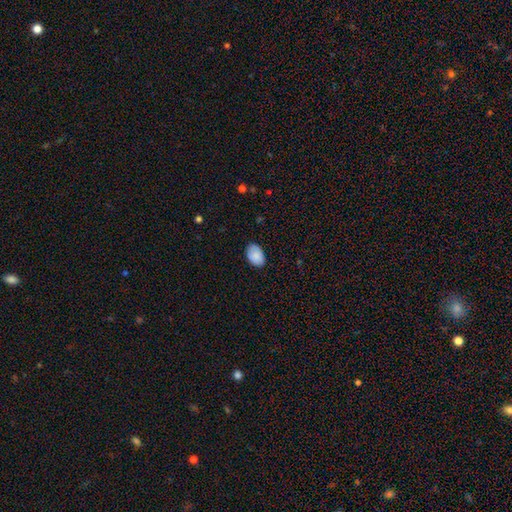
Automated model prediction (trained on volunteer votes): smooth_or_featured: smooth (p=0.88) [alt: star or artifact p=0.07]
how_rounded: in between (p=0.87) [alt: round p=0.12]
merging: none (p=0.82) [alt: minor disturbance p=0.14]